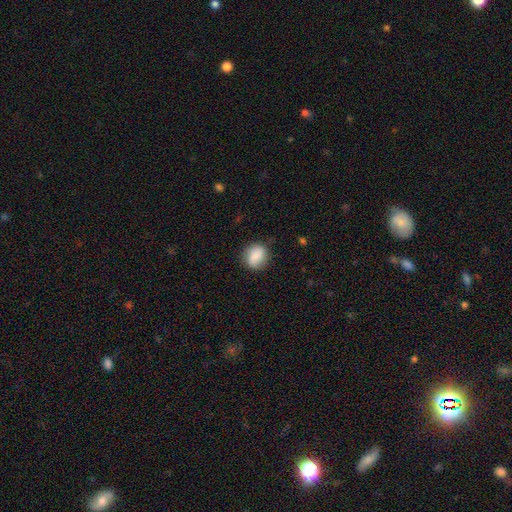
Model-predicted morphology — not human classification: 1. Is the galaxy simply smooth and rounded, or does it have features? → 85% smooth, 8% featured or disk, 7% star or artifact.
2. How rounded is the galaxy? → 63% round, 36% in between, 1% cigar-shaped.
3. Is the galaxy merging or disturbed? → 77% none, 17% minor disturbance, 5% major disturbance, 1% merger.